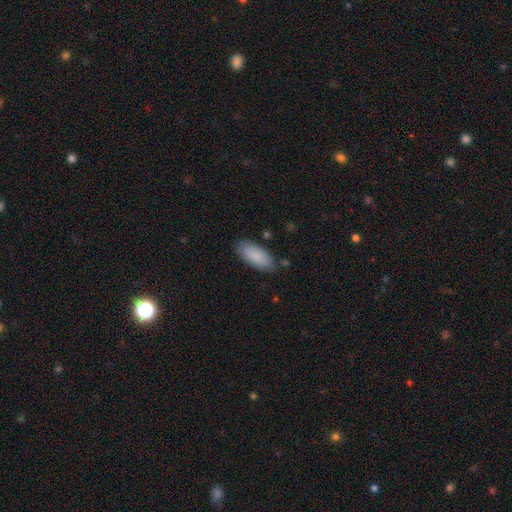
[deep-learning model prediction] The model was most divided on "merging": none: 81%, minor disturbance: 14%, major disturbance: 3%, merger: 2%. More confident: how rounded — in between (88%); smooth or featured — smooth (87%).